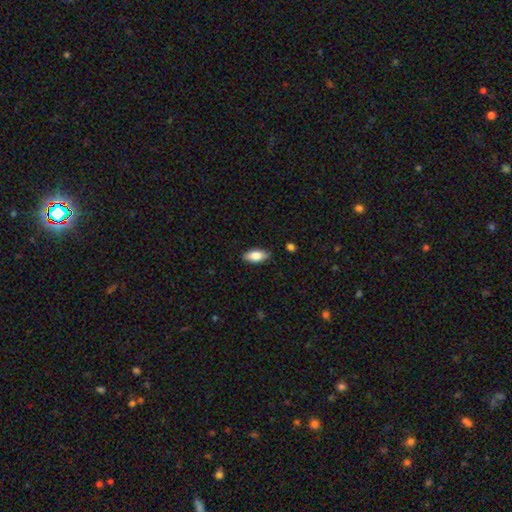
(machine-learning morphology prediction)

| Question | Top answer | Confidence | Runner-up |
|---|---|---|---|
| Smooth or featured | smooth | 84% | featured or disk (10%) |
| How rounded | in between | 88% | cigar-shaped (9%) |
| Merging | none | 87% | minor disturbance (10%) |